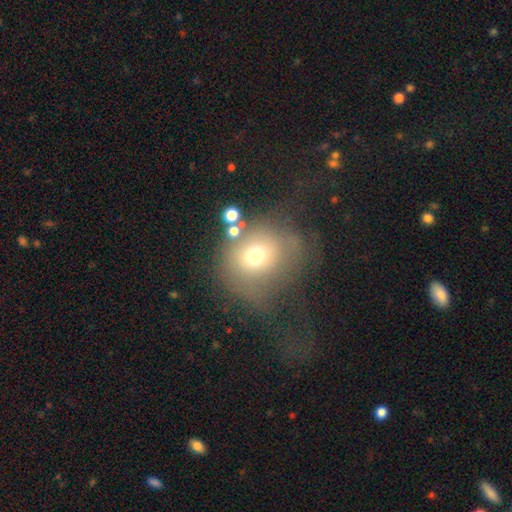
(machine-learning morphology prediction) This is likely a smooth galaxy (64%). How rounded: likely round (78%). Merging: marginally none (43%).